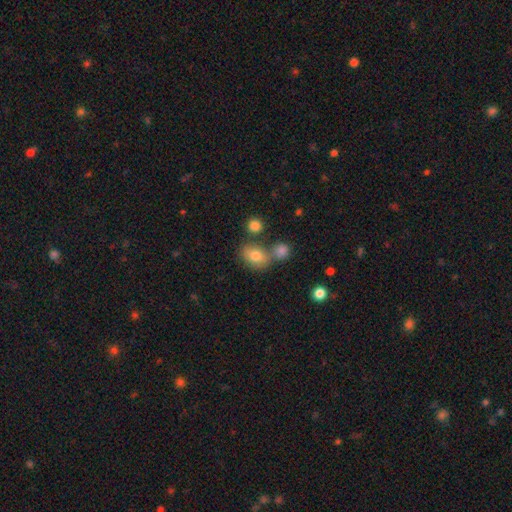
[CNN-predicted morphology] type=smooth (77%); roundness=in between (63%); merging=none (55%).